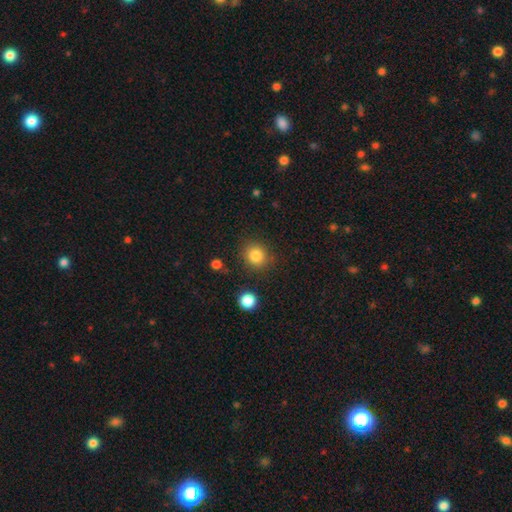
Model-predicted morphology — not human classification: type=smooth (84%); roundness=round (83%); merging=none (86%).